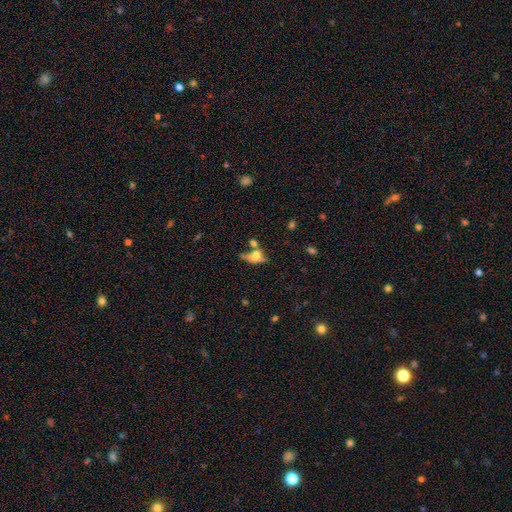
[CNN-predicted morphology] Q: Smooth or featured?
A: smooth (54%); runner-up: featured or disk (34%)
Q: How rounded?
A: in between (64%); runner-up: round (18%)
Q: Merging?
A: none (36%); runner-up: merger (30%)